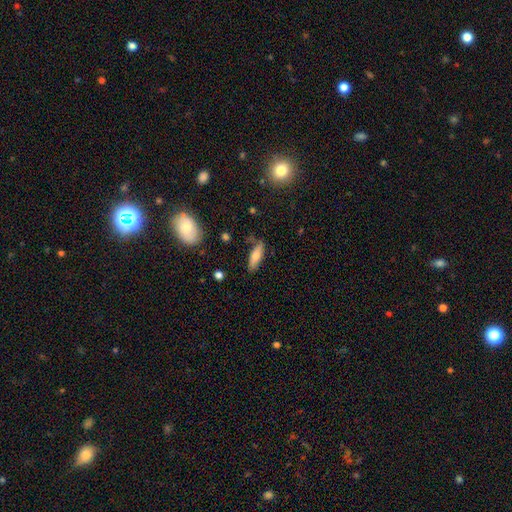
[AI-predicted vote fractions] Smooth or featured?
  - smooth: 71% *
  - featured or disk: 22%
  - star or artifact: 7%
How rounded?
  - in between: 52% *
  - cigar-shaped: 45%
  - round: 2%
Merging?
  - none: 70% *
  - minor disturbance: 22%
  - major disturbance: 5%
  - merger: 3%